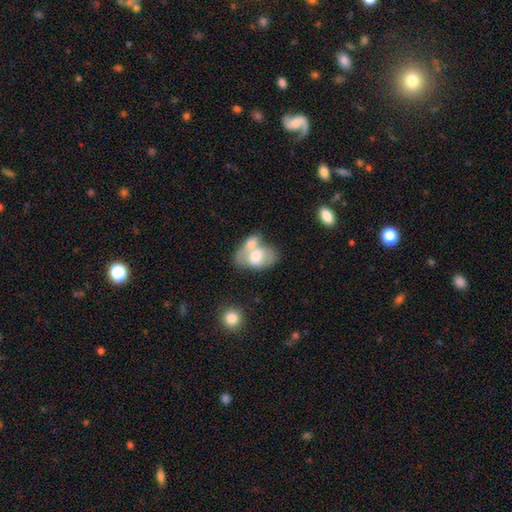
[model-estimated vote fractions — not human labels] smooth_or_featured: smooth (p=0.58) [alt: featured or disk p=0.36]
how_rounded: in between (p=0.87) [alt: round p=0.12]
merging: merger (p=0.60) [alt: none p=0.20]